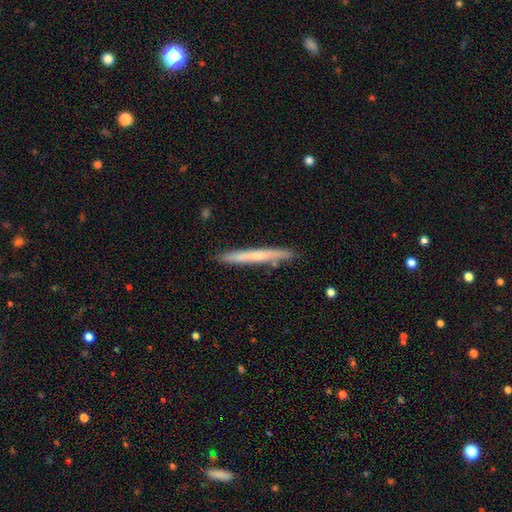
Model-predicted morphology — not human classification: A smooth galaxy with no disk features (50%). Merging: none (87%).